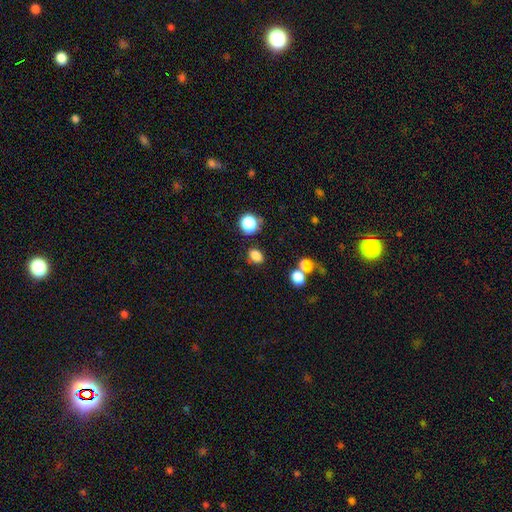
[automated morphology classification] Smooth or featured? smooth (82%)
How rounded? in between (68%)
Merging? none (79%)